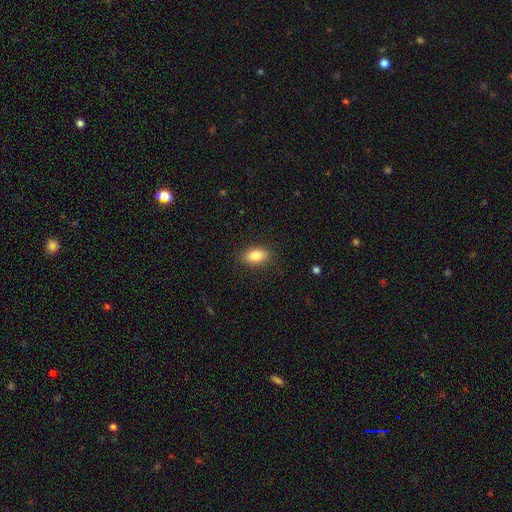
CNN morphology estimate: A smooth galaxy with no disk features (85%) that is in between round and cigar-shaped (88%).

Vote fractions:
- Smooth or featured? smooth: 85% / star or artifact: 8% / featured or disk: 7%
- How rounded? in between: 88% / round: 6% / cigar-shaped: 5%
- Merging? none: 86% / minor disturbance: 10% / major disturbance: 3% / merger: 1%